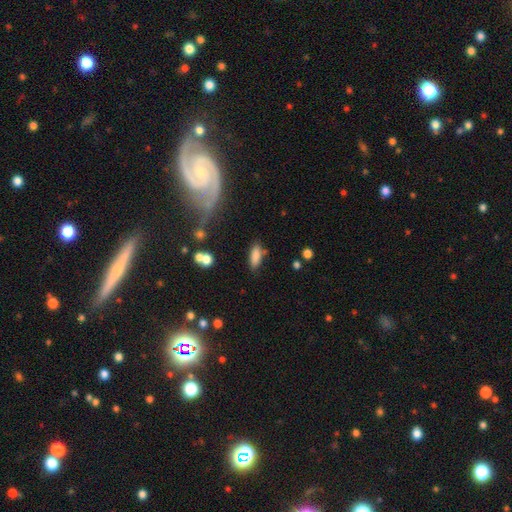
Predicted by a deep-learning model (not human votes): The model was most divided on "how rounded": in between: 71%, cigar-shaped: 26%, round: 3%. More confident: smooth or featured — smooth (83%); merging — none (77%).